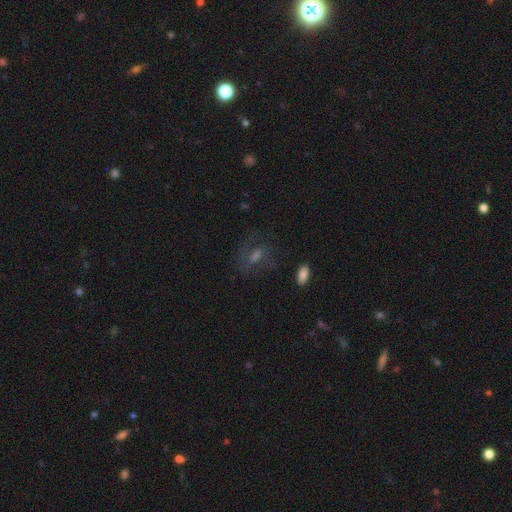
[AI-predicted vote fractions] Smooth or featured: featured or disk — 40% (smooth — 33%)
Merging: none — 66% (minor disturbance — 17%)